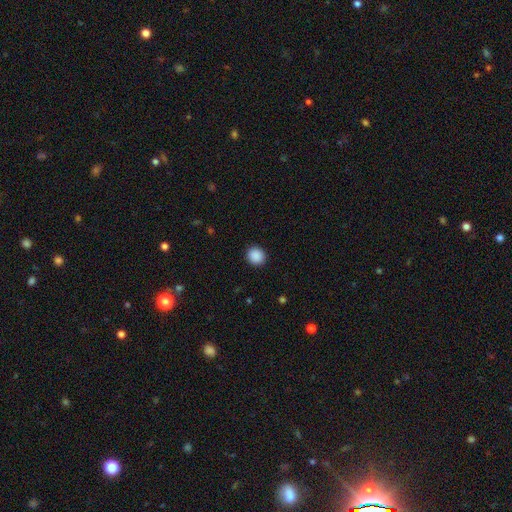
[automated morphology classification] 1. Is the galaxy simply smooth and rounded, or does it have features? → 89% smooth, 9% star or artifact, 2% featured or disk.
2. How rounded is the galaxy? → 86% round, 13% in between, 1% cigar-shaped.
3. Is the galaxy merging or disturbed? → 91% none, 6% minor disturbance, 2% major disturbance, 1% merger.